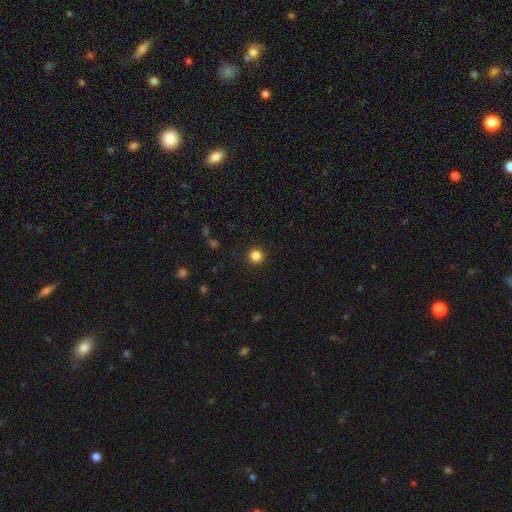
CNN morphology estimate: smooth_or_featured: smooth (p=0.84) [alt: star or artifact p=0.12]
how_rounded: round (p=0.96) [alt: in between p=0.04]
merging: none (p=0.93) [alt: minor disturbance p=0.05]